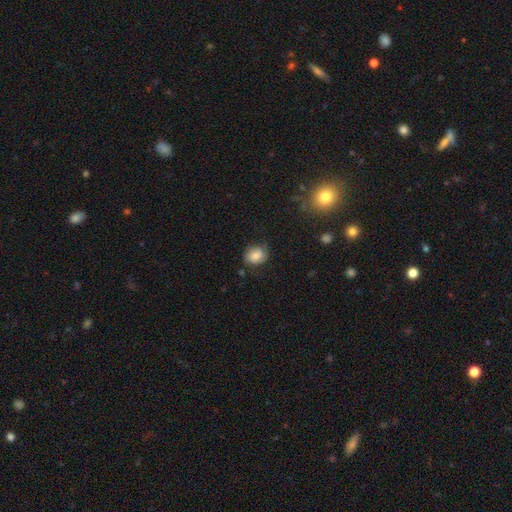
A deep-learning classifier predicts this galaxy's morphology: Smooth or featured?
  - smooth: 63% *
  - featured or disk: 27%
  - star or artifact: 10%
How rounded?
  - round: 59% *
  - in between: 40%
  - cigar-shaped: 1%
Merging?
  - none: 69% *
  - minor disturbance: 22%
  - major disturbance: 7%
  - merger: 2%